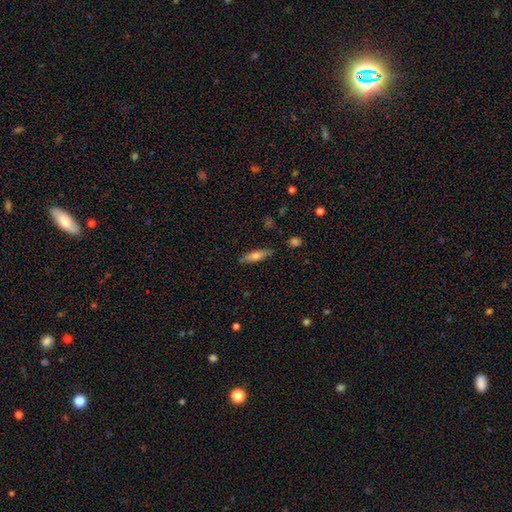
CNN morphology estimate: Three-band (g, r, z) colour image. It shows a smooth galaxy with no disk features (68%) that is cigar-shaped (63%). Merging: none (82%).